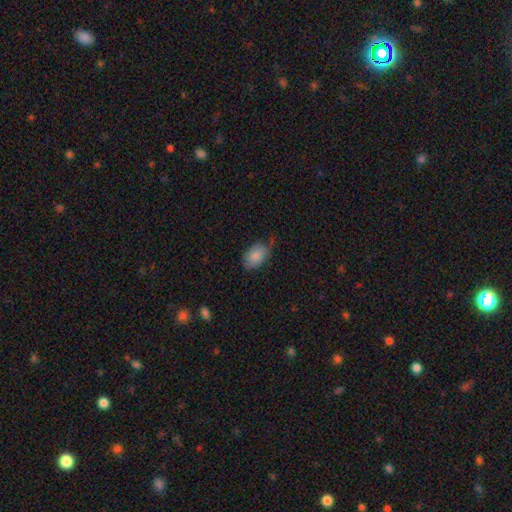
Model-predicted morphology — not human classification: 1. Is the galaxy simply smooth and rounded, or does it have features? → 84% smooth, 9% featured or disk, 7% star or artifact.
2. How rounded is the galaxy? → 89% in between, 9% round, 1% cigar-shaped.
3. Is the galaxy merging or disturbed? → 62% none, 29% minor disturbance, 7% major disturbance, 2% merger.